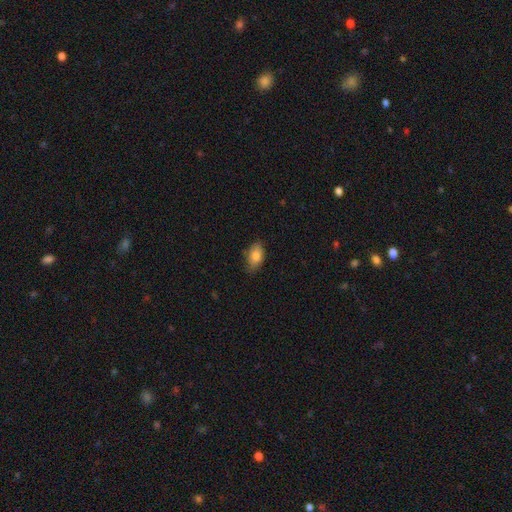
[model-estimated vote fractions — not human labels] This is clearly a smooth galaxy (83%). How rounded: clearly in between (90%). Merging: likely none (72%).